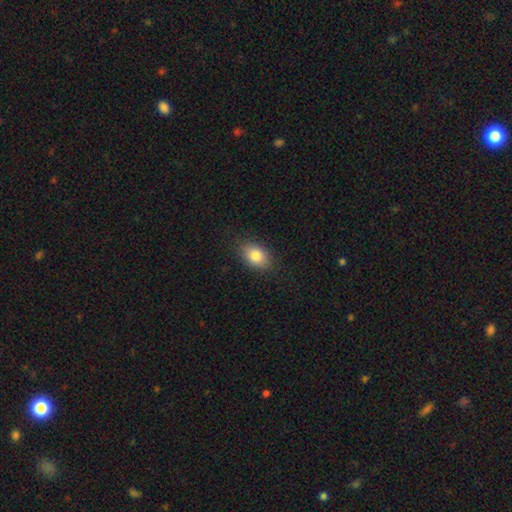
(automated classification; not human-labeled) Smooth or featured? Predicted: smooth (p=0.83). How rounded? Predicted: in between (p=0.83). Merging? Predicted: none (p=0.84).